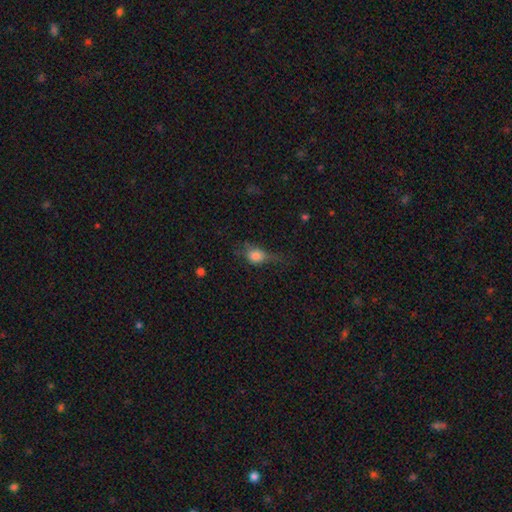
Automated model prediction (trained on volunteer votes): A smooth galaxy with no disk features (70%) that is in between round and cigar-shaped (55%).

Vote fractions:
- Smooth or featured? smooth: 70% / featured or disk: 18% / star or artifact: 11%
- How rounded? in between: 55% / round: 40% / cigar-shaped: 5%
- Merging? none: 35% / minor disturbance: 31% / major disturbance: 31% / merger: 3%